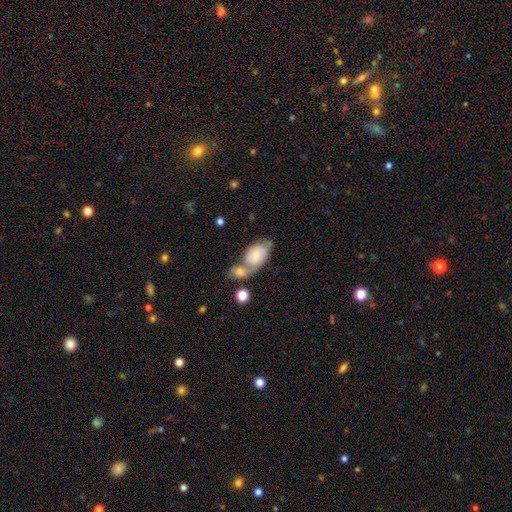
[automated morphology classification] smooth 67%, featured or disk 27%, star or artifact 7%. Down the decision tree: how rounded — in between (87%); merging — merger (59%).